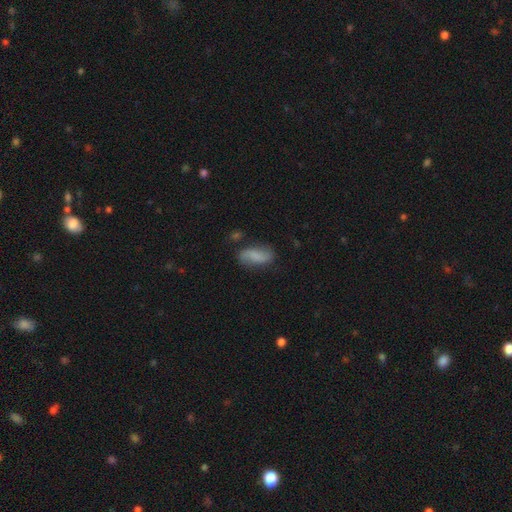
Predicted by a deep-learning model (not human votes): Smooth or featured?
  - smooth: 57% *
  - featured or disk: 34%
  - star or artifact: 9%
How rounded?
  - in between: 85% *
  - cigar-shaped: 11%
  - round: 4%
Merging?
  - none: 71% *
  - minor disturbance: 20%
  - major disturbance: 6%
  - merger: 3%